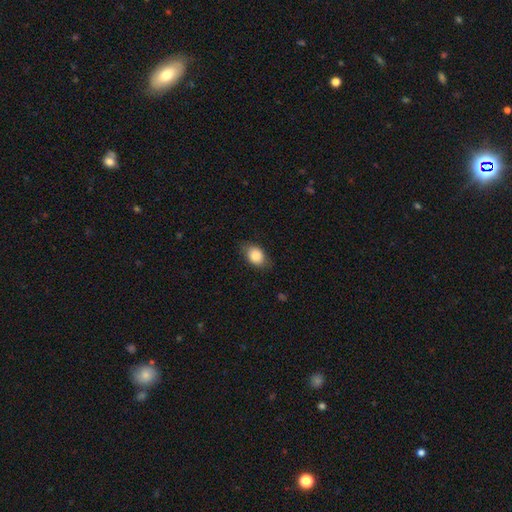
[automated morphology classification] A smooth galaxy with no disk features (85%) that is in between round and cigar-shaped (73%).

Vote fractions:
- Smooth or featured? smooth: 85% / featured or disk: 8% / star or artifact: 8%
- How rounded? in between: 73% / round: 25% / cigar-shaped: 1%
- Merging? none: 78% / minor disturbance: 17% / major disturbance: 4% / merger: 1%